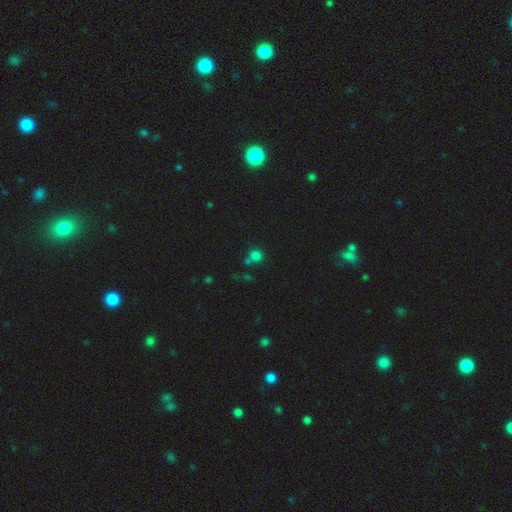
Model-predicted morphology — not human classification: smooth-or-featured: smooth: 72% | star or artifact: 22% | featured or disk: 6%
  how-rounded: round: 88% | in between: 11% | cigar-shaped: 1%
  merging: none: 62% | merger: 24% | minor disturbance: 10% | major disturbance: 5%